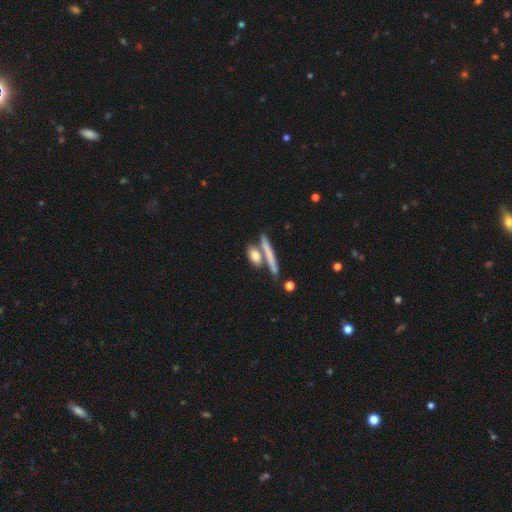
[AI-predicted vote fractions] Smooth or featured: smooth — 71% (featured or disk — 22%)
How rounded: cigar-shaped — 51% (in between — 35%)
Merging: none — 60% (merger — 23%)